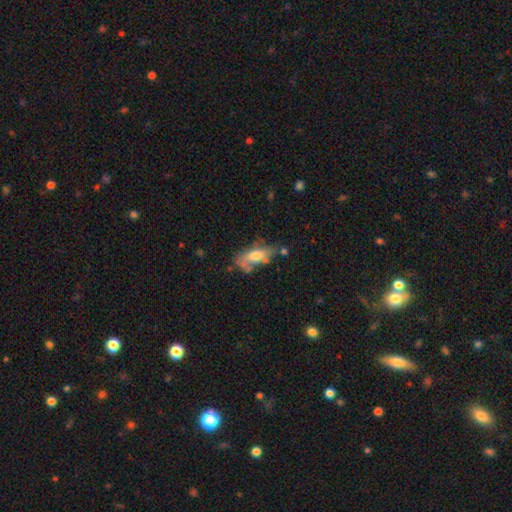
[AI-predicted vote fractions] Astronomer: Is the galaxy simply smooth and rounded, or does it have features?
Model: smooth — 50% (runner-up: featured or disk, 42%).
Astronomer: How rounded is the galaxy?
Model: in between — 77%.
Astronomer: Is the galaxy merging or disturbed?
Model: none — 40% (runner-up: minor disturbance, 28%).